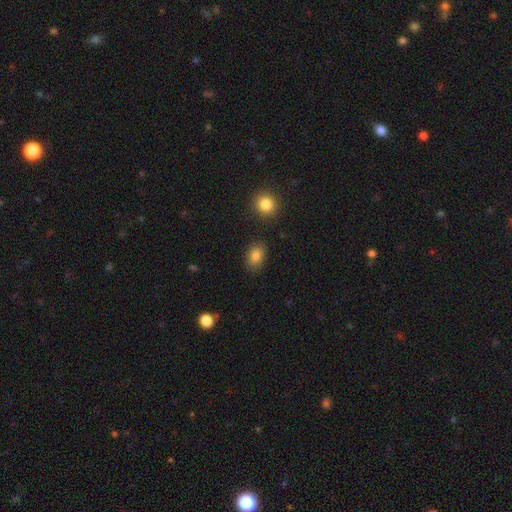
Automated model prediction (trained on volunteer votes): Morphology: type=smooth (84%); roundness=in between (77%); merging=none (83%).